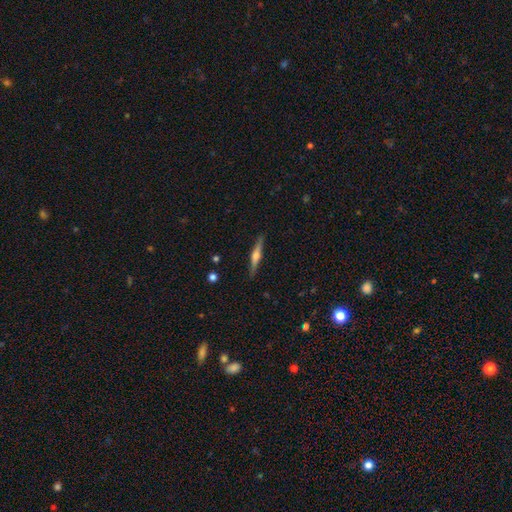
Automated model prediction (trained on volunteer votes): A featured or disk galaxy (66%) viewed edge-on (98%) with a rounded central bulge (84%). Merging: none (89%).